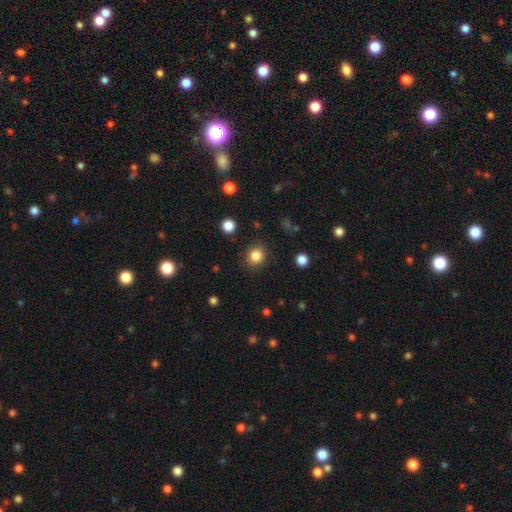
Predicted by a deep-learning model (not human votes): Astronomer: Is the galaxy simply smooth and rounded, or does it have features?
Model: smooth — 84%.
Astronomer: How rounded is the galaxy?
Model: round — 87%.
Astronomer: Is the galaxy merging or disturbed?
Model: none — 88%.